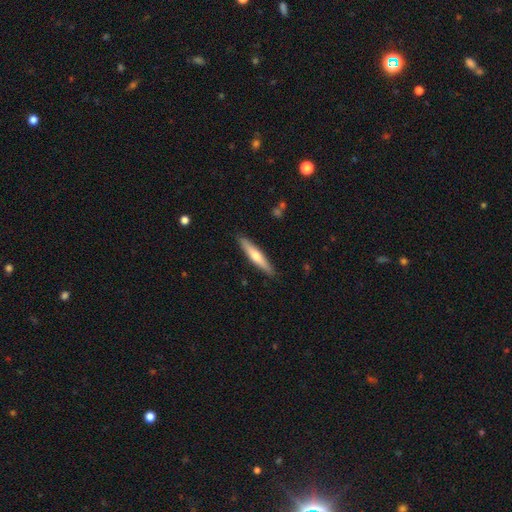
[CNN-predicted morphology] Q: Smooth or featured?
A: smooth (54%); runner-up: featured or disk (41%)
Q: How rounded?
A: cigar-shaped (89%); runner-up: in between (10%)
Q: Merging?
A: none (89%); runner-up: minor disturbance (8%)